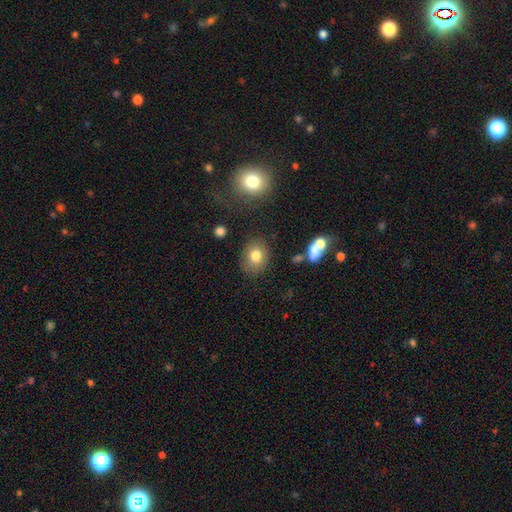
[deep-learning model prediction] Smooth or featured? Predicted: smooth (p=0.78). How rounded? Predicted: round (p=0.56). Merging? Predicted: none (p=0.82).